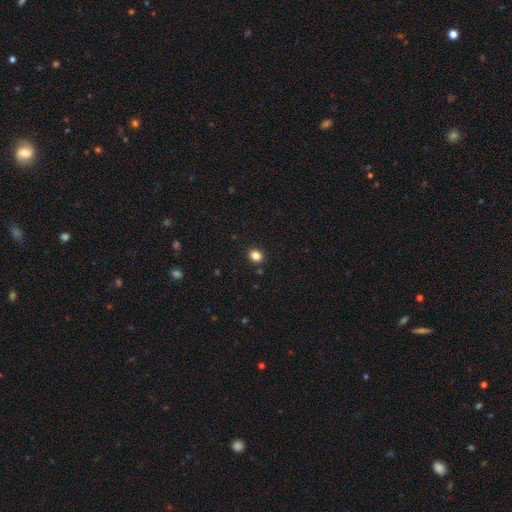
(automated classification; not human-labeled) A smooth galaxy with no disk features (85%) that is round (61%). Merging: none (89%).